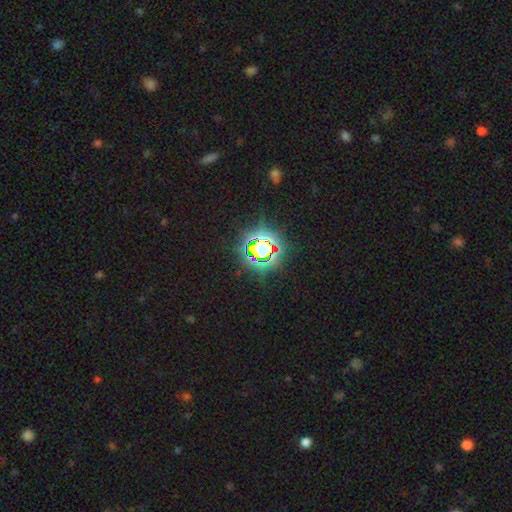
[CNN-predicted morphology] Smooth or featured: star or artifact — 77% (smooth — 15%)